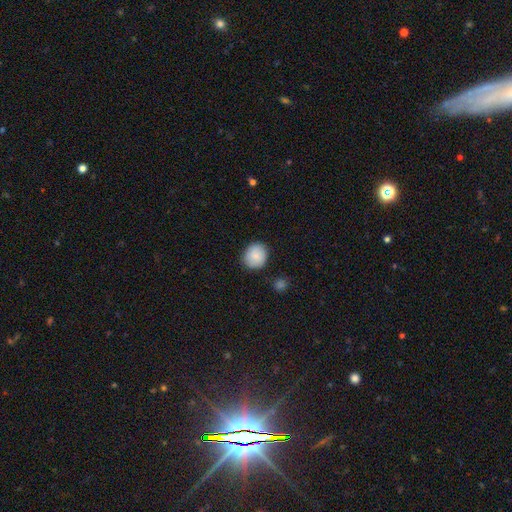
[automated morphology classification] smooth_or_featured: smooth (p=0.86) [alt: star or artifact p=0.07]
how_rounded: round (p=0.84) [alt: in between p=0.15]
merging: none (p=0.85) [alt: minor disturbance p=0.11]